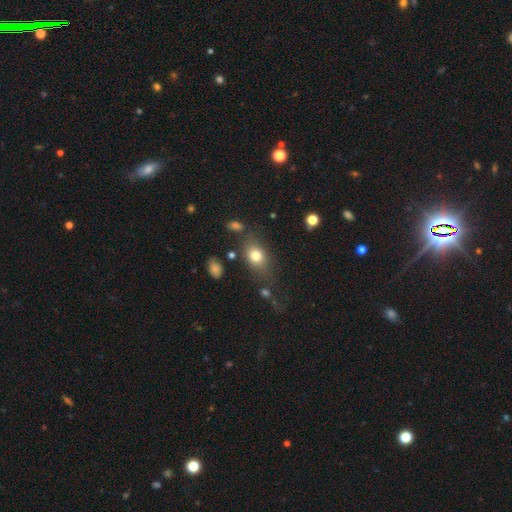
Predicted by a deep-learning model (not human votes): Smooth or featured: smooth — 77% (featured or disk — 12%)
How rounded: in between — 69% (round — 29%)
Merging: none — 66% (minor disturbance — 19%)